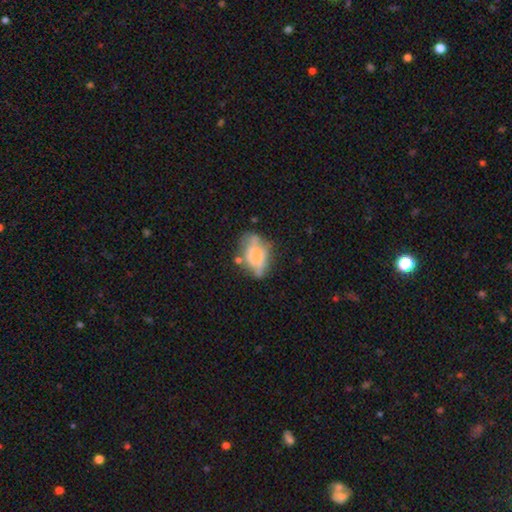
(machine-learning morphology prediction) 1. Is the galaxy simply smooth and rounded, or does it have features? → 50% smooth, 42% featured or disk, 9% star or artifact.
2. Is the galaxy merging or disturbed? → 39% none, 29% minor disturbance, 20% major disturbance, 12% merger.